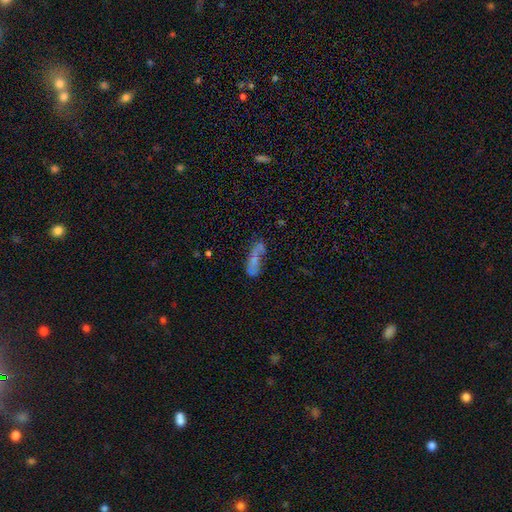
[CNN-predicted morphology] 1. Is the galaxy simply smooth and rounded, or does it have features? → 53% smooth, 34% featured or disk, 13% star or artifact.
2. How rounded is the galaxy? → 48% in between (tied), 48% cigar-shaped (tied), 4% round.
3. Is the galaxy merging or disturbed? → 40% none, 22% minor disturbance, 19% major disturbance, 19% merger.